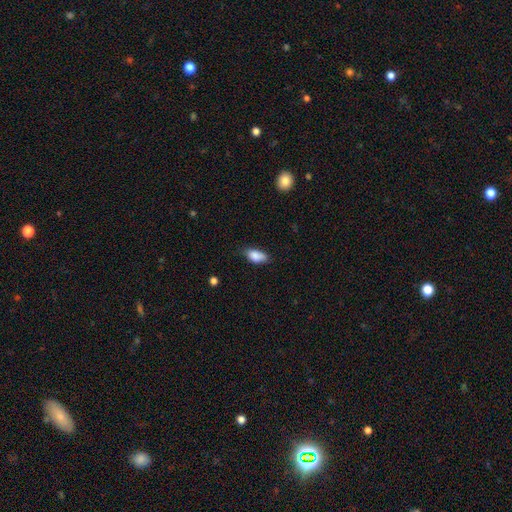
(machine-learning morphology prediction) Smooth or featured? Predicted: smooth (p=0.86). How rounded? Predicted: in between (p=0.90). Merging? Predicted: none (p=0.69).